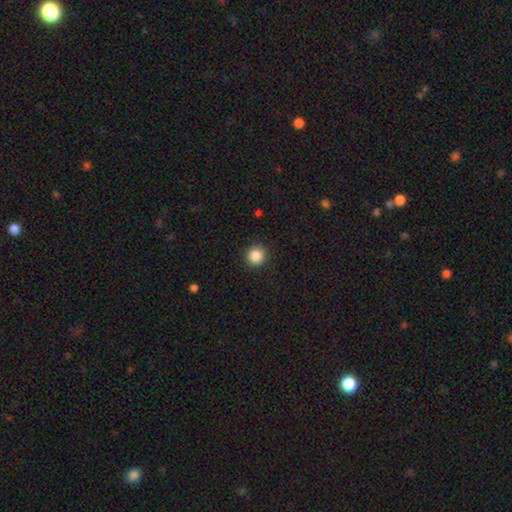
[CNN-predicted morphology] A smooth galaxy with no disk features (87%) that is round (93%).

Vote fractions:
- Smooth or featured? smooth: 87% / star or artifact: 10% / featured or disk: 3%
- How rounded? round: 93% / in between: 6% / cigar-shaped: 1%
- Merging? none: 92% / minor disturbance: 6% / major disturbance: 2% / merger: 1%